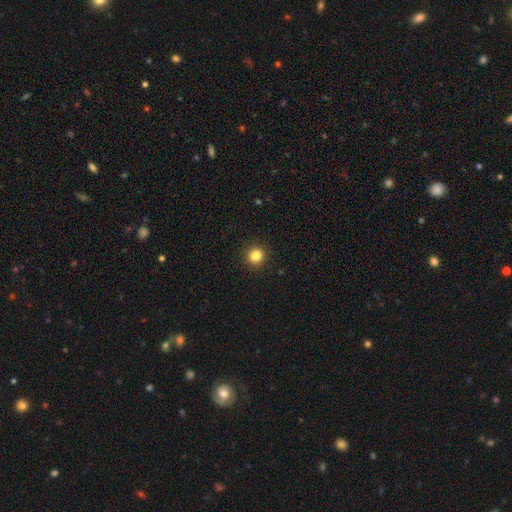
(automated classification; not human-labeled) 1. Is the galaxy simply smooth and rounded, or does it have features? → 84% smooth, 12% star or artifact, 5% featured or disk.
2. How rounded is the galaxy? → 92% round, 7% in between, 1% cigar-shaped.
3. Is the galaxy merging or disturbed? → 92% none, 5% minor disturbance, 2% major disturbance, 1% merger.